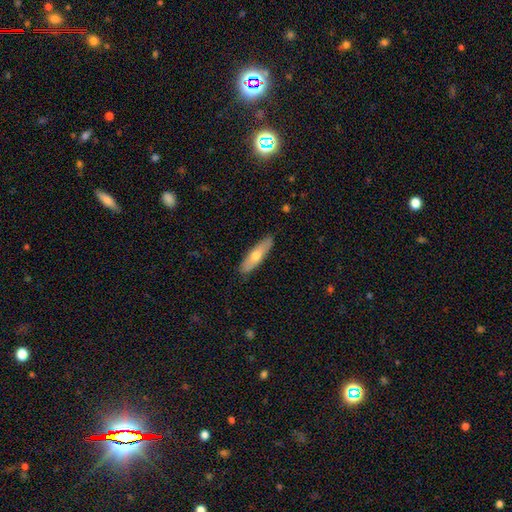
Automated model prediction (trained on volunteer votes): A smooth galaxy with no disk features (62%) that is cigar-shaped (65%).

Vote fractions:
- Smooth or featured? smooth: 62% / featured or disk: 32% / star or artifact: 6%
- How rounded? cigar-shaped: 65% / in between: 33% / round: 2%
- Merging? none: 87% / minor disturbance: 10% / major disturbance: 2% / merger: 1%